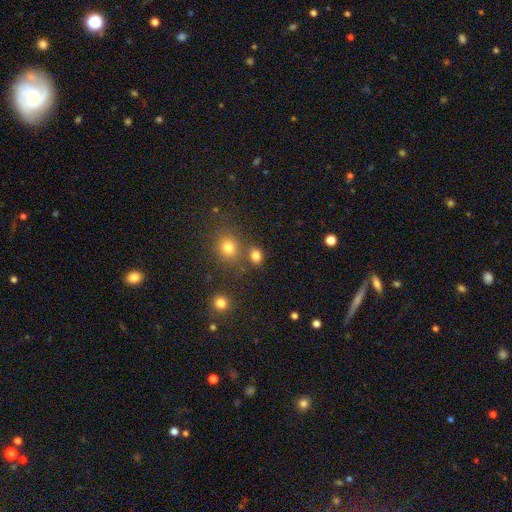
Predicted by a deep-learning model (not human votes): Overall: smooth (80%). How rounded: round (55%; in between 44%). Merging: none (71%).